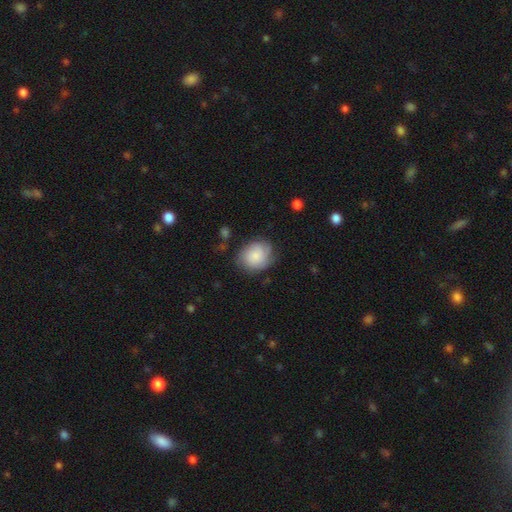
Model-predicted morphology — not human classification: The model was most divided on "how rounded": round: 56%, in between: 43%, cigar-shaped: 1%. More confident: merging — none (67%); smooth or featured — smooth (64%).